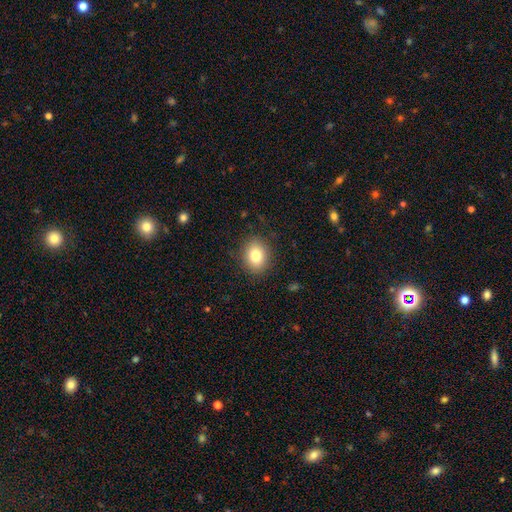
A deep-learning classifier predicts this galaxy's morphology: This is clearly a smooth galaxy (81%). How rounded: possibly in between (50%). Merging: clearly none (87%).